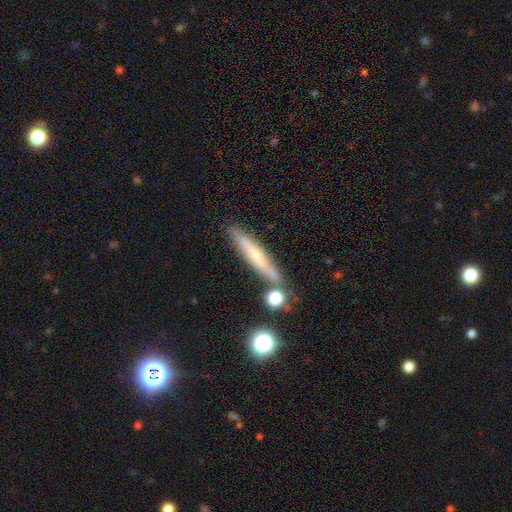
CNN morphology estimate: This appears to be a smooth galaxy with no disk features (47%). Merging: none (75%).